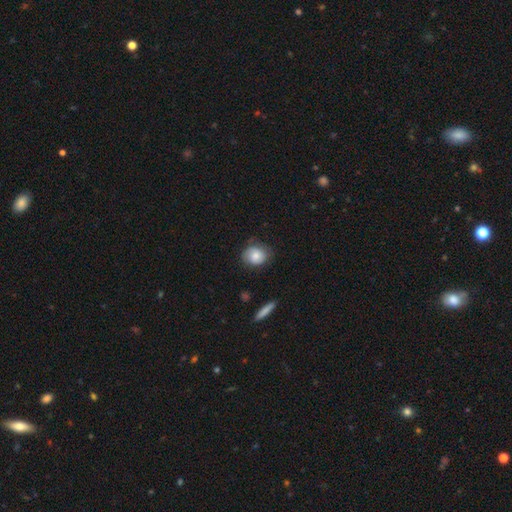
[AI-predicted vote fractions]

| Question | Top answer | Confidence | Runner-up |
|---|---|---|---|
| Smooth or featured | smooth | 74% | featured or disk (18%) |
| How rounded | round | 63% | in between (36%) |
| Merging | none | 67% | minor disturbance (25%) |